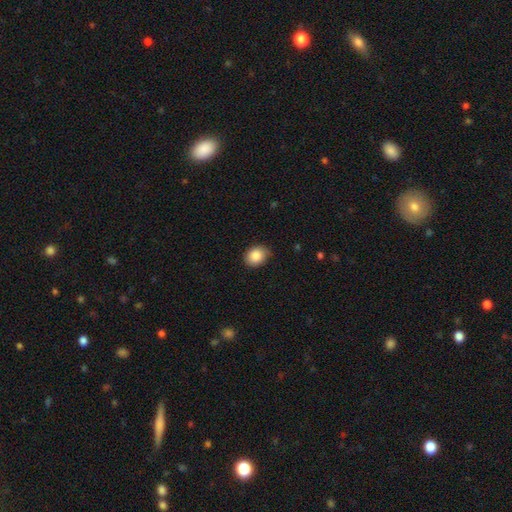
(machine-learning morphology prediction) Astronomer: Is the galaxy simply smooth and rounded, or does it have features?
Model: smooth — 87%.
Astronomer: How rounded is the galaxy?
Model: in between — 50% (runner-up: round, 49%).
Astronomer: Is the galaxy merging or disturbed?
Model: none — 78%.